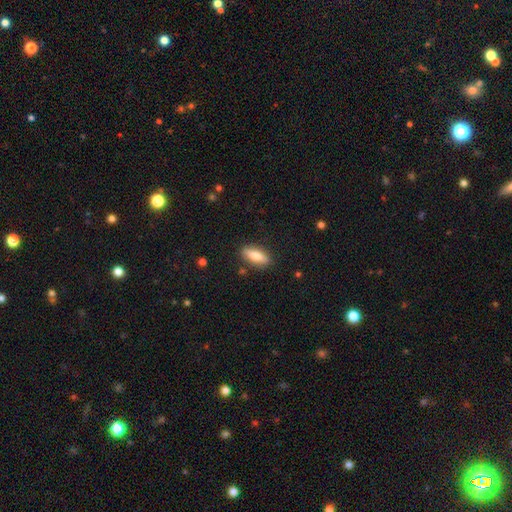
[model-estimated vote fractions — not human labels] smooth 76%, featured or disk 18%, star or artifact 6%. Down the decision tree: how rounded — in between (68%); merging — none (86%).